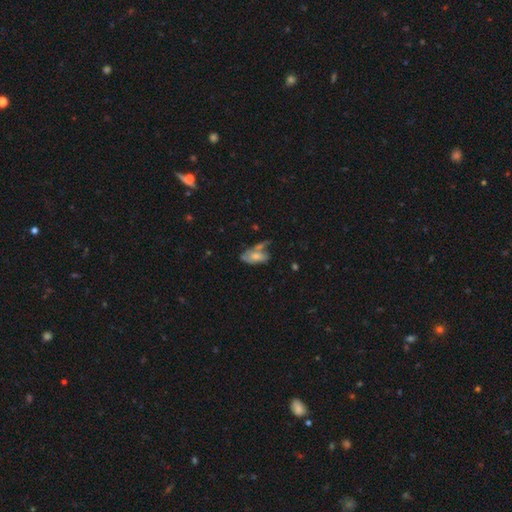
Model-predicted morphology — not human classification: This is possibly a smooth galaxy (56%). How rounded: clearly in between (89%). Merging: marginally none (31%).